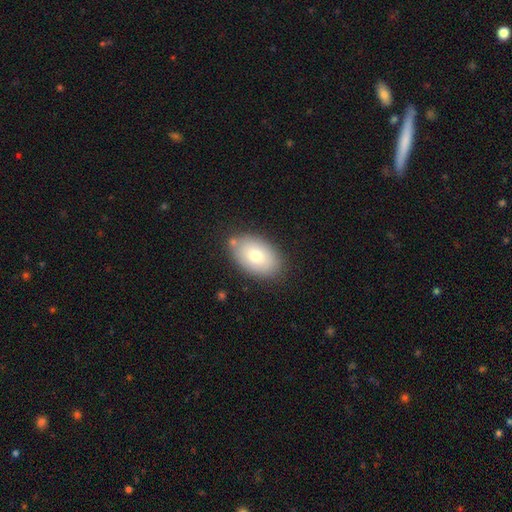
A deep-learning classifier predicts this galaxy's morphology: This appears to be a smooth galaxy with no disk features (75%) that is in between round and cigar-shaped (91%). Merging: none (81%).